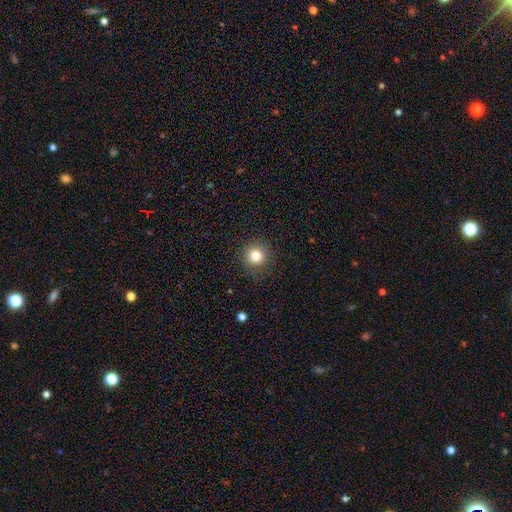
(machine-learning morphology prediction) type=smooth (82%); roundness=round (94%); merging=none (89%).